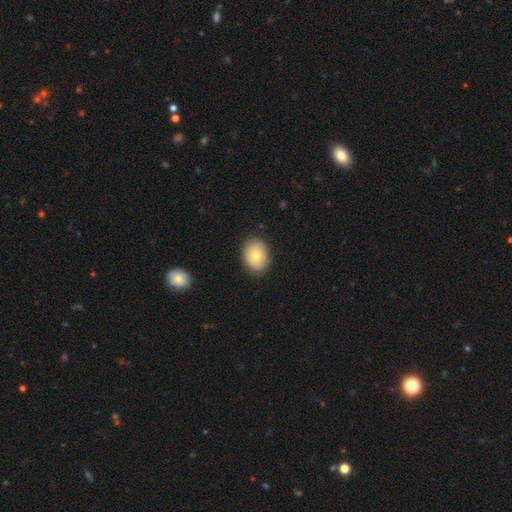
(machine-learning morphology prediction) This is likely a smooth galaxy (76%). How rounded: likely in between (64%). Merging: clearly none (84%).